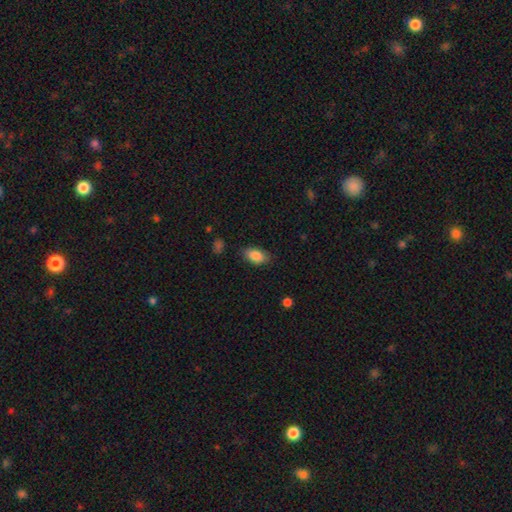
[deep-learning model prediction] smooth 85%, star or artifact 8%, featured or disk 7%. Down the decision tree: how rounded — in between (90%); merging — none (82%).